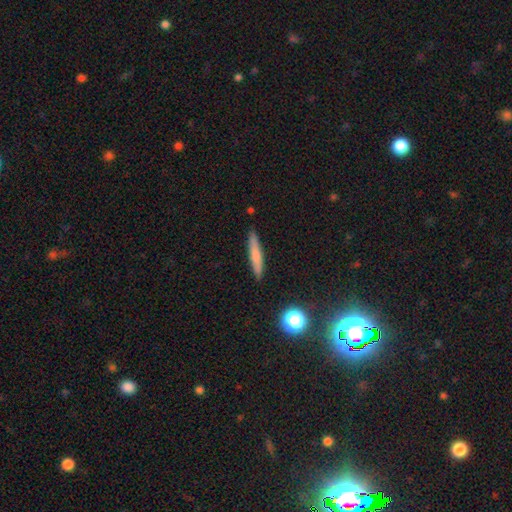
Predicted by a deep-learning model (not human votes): smooth_or_featured: smooth (p=0.70) [alt: featured or disk p=0.22]
how_rounded: cigar-shaped (p=0.91) [alt: in between p=0.07]
merging: none (p=0.88) [alt: minor disturbance p=0.08]